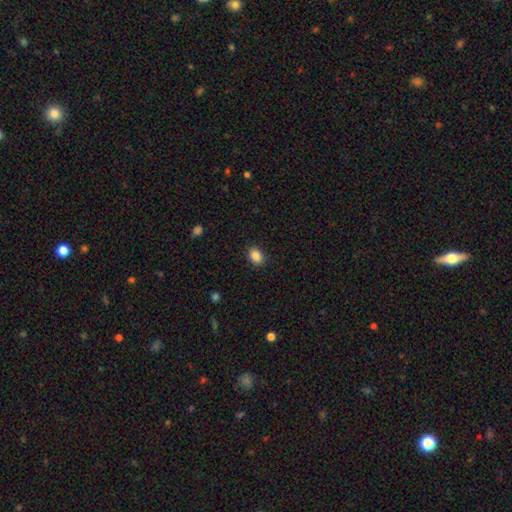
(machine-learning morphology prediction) Overall: smooth (87%). How rounded: in between (69%; round 30%). Merging: none (88%).